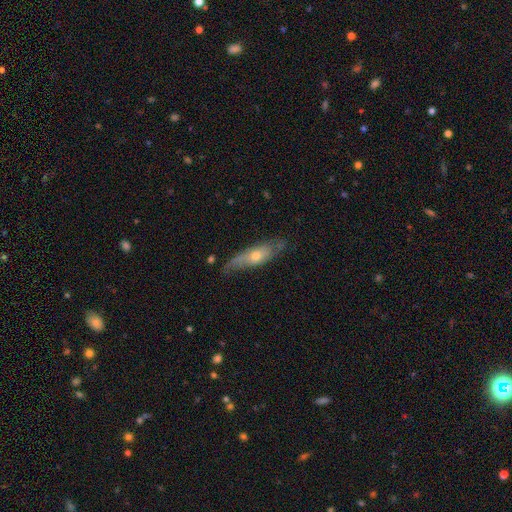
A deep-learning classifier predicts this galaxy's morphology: featured or disk 55%, smooth 38%, star or artifact 6%. Down the decision tree: edge-on disk — no (57%); merging — none (62%).